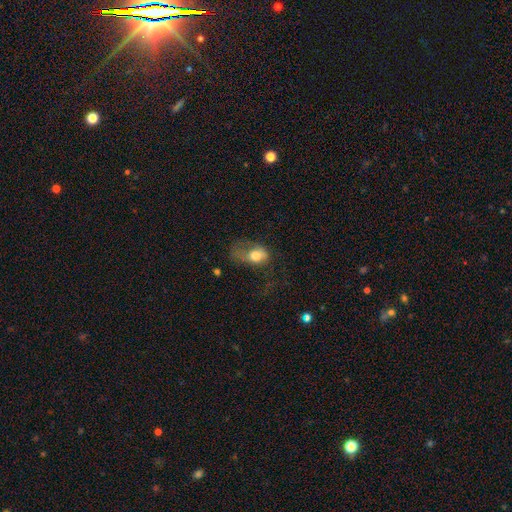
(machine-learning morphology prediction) Smooth or featured: smooth — 68% (featured or disk — 23%)
How rounded: in between — 74% (round — 25%)
Merging: major disturbance — 57% (minor disturbance — 22%)